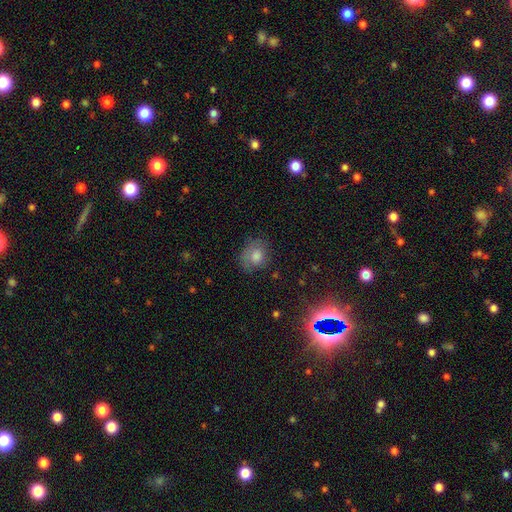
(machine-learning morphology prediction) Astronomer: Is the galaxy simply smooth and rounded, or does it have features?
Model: smooth — 61%.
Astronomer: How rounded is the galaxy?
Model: round — 53% (runner-up: in between, 45%).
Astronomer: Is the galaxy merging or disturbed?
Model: none — 67%.